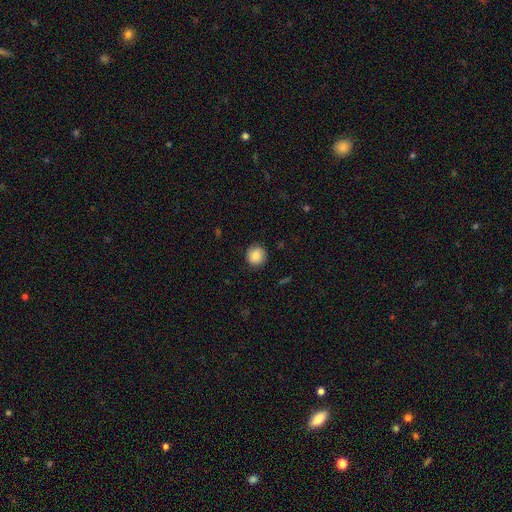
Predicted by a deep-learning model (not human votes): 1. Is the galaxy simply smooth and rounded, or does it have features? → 85% smooth, 8% star or artifact, 7% featured or disk.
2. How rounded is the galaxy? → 92% round, 7% in between, 1% cigar-shaped.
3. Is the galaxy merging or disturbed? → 88% none, 9% minor disturbance, 2% major disturbance, 1% merger.